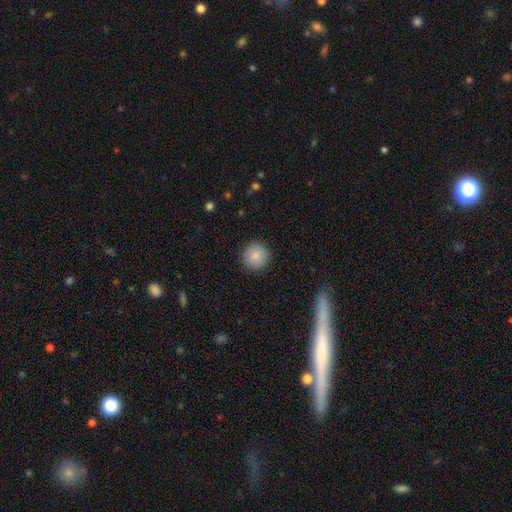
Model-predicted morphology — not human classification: This is clearly a smooth galaxy (87%). How rounded: clearly round (95%). Merging: clearly none (91%).